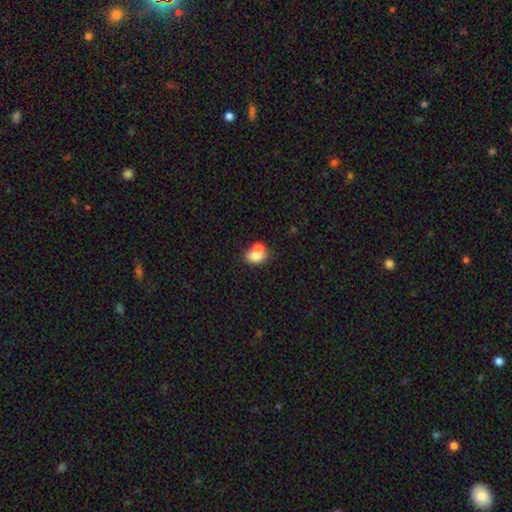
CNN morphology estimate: Q: Smooth or featured?
A: smooth (74%); runner-up: featured or disk (16%)
Q: How rounded?
A: in between (67%); runner-up: round (32%)
Q: Merging?
A: merger (49%); runner-up: none (36%)